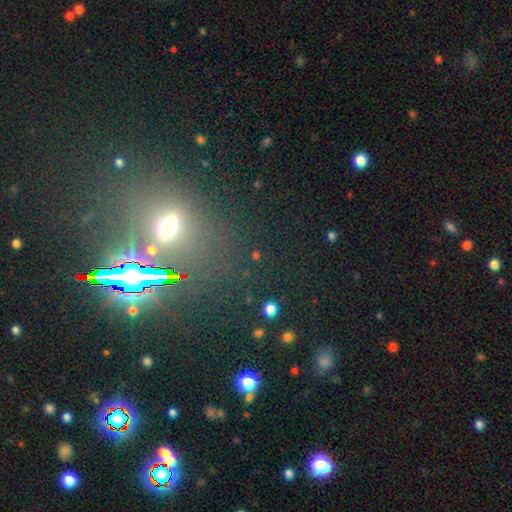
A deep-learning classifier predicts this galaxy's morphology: Smooth or featured: star or artifact — 52% (smooth — 35%)